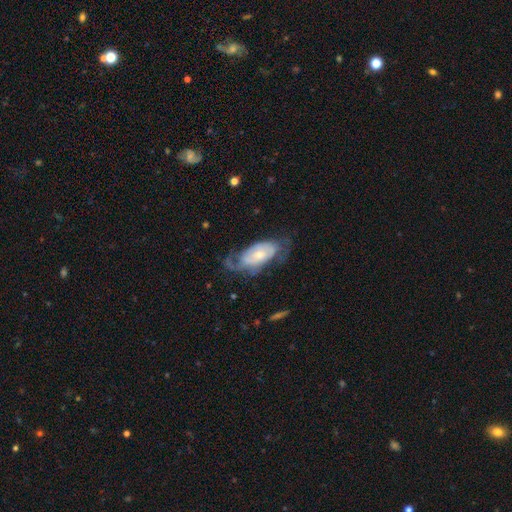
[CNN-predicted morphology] Smooth or featured?
  - featured or disk: 76% *
  - smooth: 17%
  - star or artifact: 7%
Edge-on disk?
  - no: 92% *
  - yes: 8%
Bar?
  - no: 68% *
  - weak: 24%
  - strong: 8%
Spiral arms?
  - yes: 89% *
  - no: 11%
Spiral winding?
  - tight: 49% *
  - medium: 36%
  - loose: 15%
Spiral arm count?
  - 2: 52% *
  - can't tell: 28%
  - 3: 8%
  - 1: 7%
  - 4: 3%
  - more than 4: 2%
Bulge size?
  - small: 53% *
  - moderate: 37%
  - large: 5%
  - none: 3%
  - dominant: 1%
Merging?
  - none: 64% *
  - minor disturbance: 20%
  - major disturbance: 14%
  - merger: 2%